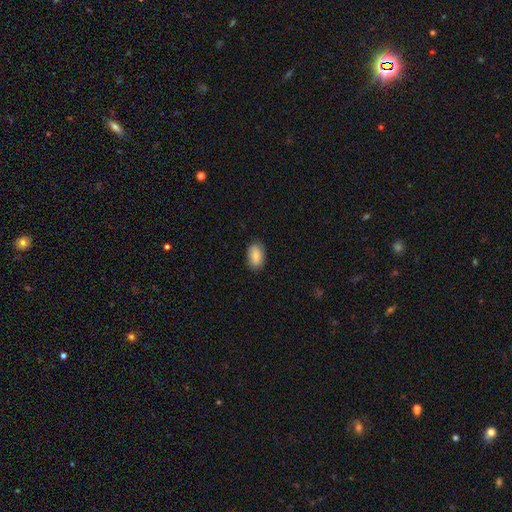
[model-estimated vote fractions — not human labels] Q: Smooth or featured?
A: smooth (85%); runner-up: featured or disk (8%)
Q: How rounded?
A: in between (91%); runner-up: round (7%)
Q: Merging?
A: none (84%); runner-up: minor disturbance (12%)